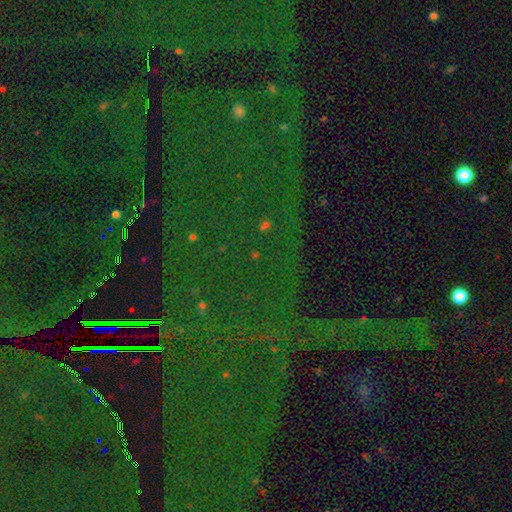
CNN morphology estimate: The model was most divided on "smooth or featured": star or artifact: 75%, smooth: 16%, featured or disk: 9%.